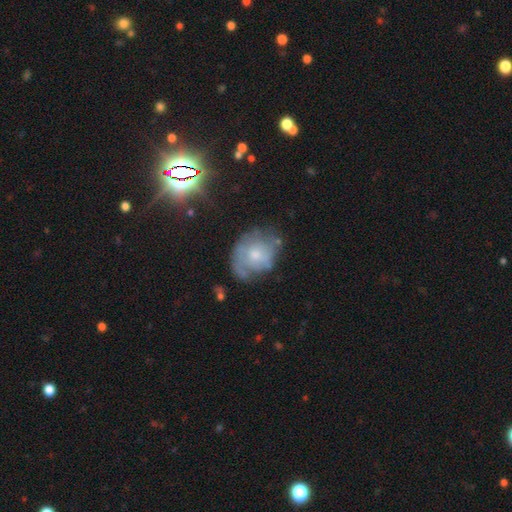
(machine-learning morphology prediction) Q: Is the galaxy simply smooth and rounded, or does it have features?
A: featured or disk — 53%.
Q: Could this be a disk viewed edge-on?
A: no — 96%.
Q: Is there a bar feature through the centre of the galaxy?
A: no — 82%.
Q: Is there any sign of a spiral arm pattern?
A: yes — 62%.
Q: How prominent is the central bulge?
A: small — 49%.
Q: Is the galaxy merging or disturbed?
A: none — 55%.